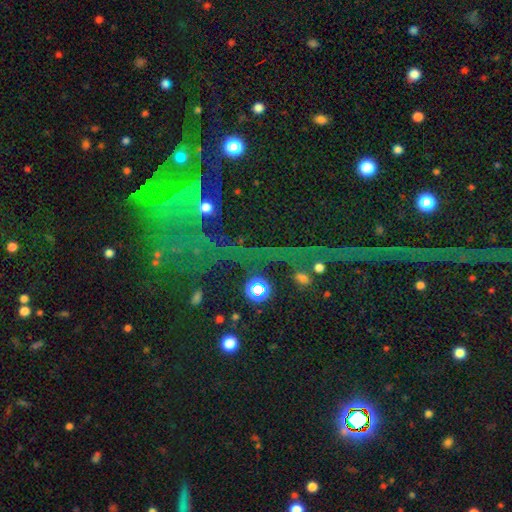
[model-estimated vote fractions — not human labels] smooth-or-featured: star or artifact: 64% | smooth: 20% | featured or disk: 16%